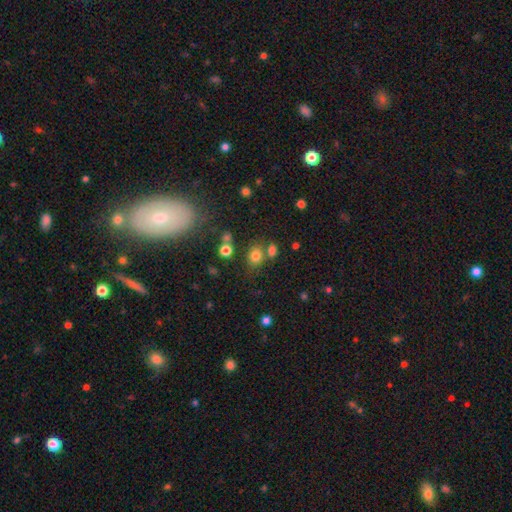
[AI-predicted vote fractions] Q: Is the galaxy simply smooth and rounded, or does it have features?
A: smooth — 77%.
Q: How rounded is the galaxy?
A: in between — 50%.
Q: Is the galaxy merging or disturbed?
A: none — 63%.